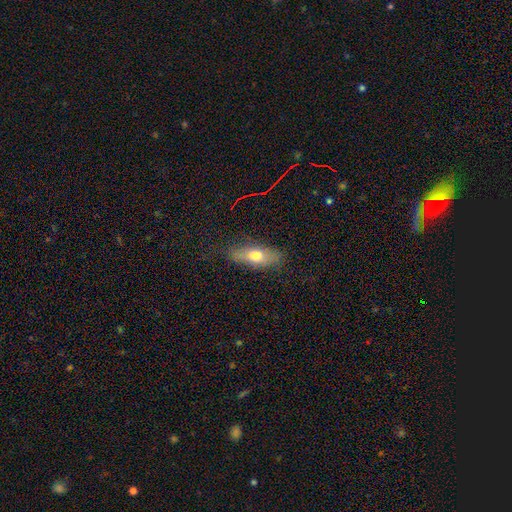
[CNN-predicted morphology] A smooth galaxy with no disk features (65%) that is in between round and cigar-shaped (66%). Merging: none (78%).